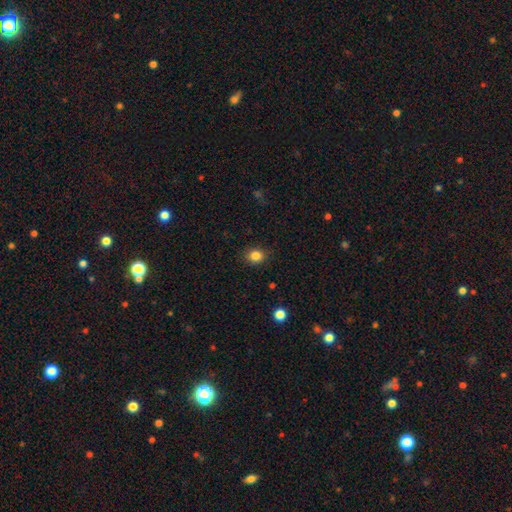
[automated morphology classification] Overall: smooth (84%). How rounded: round (66%; in between 33%). Merging: none (87%).